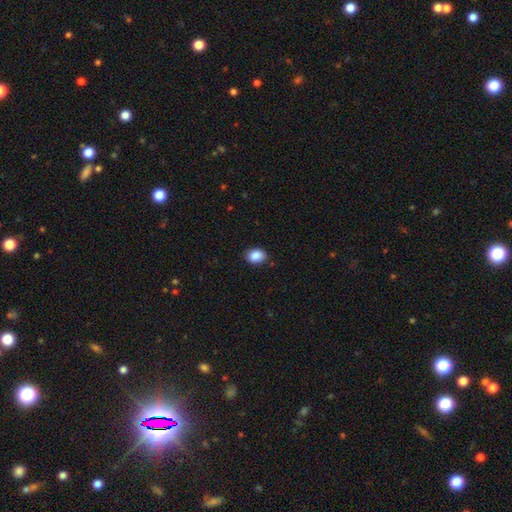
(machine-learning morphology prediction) smooth 89%, star or artifact 8%, featured or disk 3%. Down the decision tree: how rounded — in between (69%); merging — none (87%).